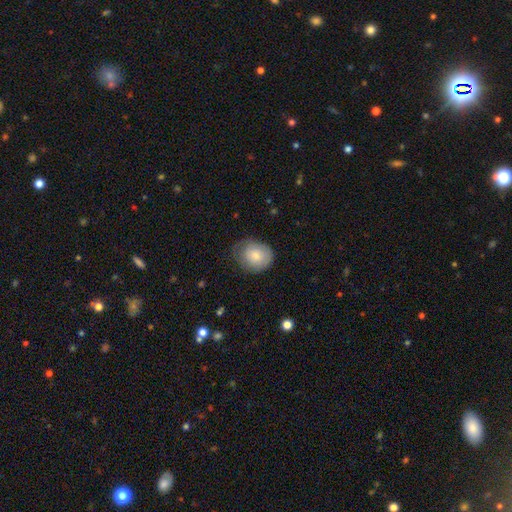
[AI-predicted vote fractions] Smooth or featured? Predicted: smooth (p=0.78). How rounded? Predicted: round (p=0.60). Merging? Predicted: none (p=0.59).